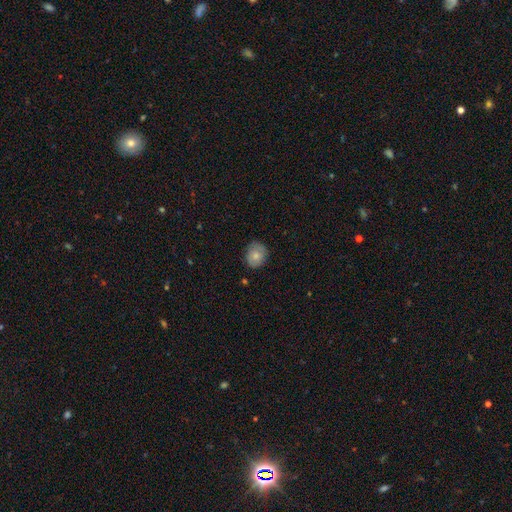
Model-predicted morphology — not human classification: A smooth galaxy with no disk features (70%) that is round (57%).

Vote fractions:
- Smooth or featured? smooth: 70% / featured or disk: 22% / star or artifact: 8%
- How rounded? round: 57% / in between: 42% / cigar-shaped: 1%
- Merging? none: 78% / minor disturbance: 18% / major disturbance: 3% / merger: 1%